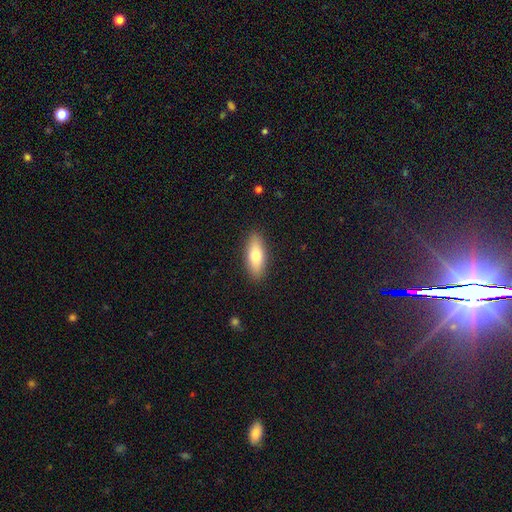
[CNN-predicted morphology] This is likely a smooth galaxy (75%). How rounded: likely in between (67%). Merging: clearly none (89%).